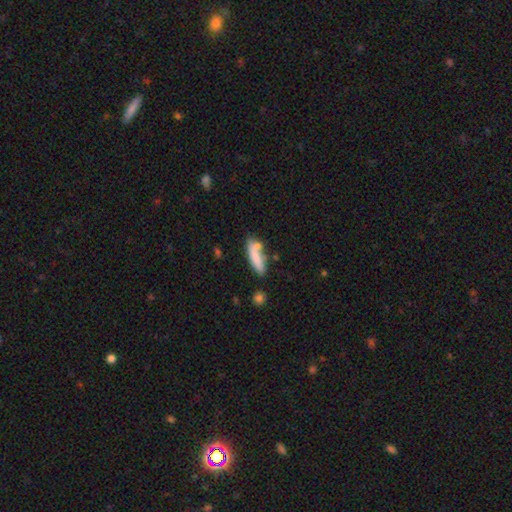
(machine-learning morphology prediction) Overall: smooth (77%). How rounded: cigar-shaped (61%; in between 37%). Merging: none (54%; minor disturbance 22%).